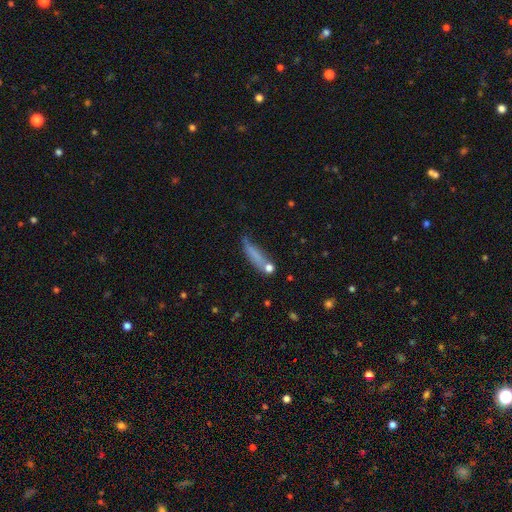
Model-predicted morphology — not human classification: Smooth or featured? smooth (72%)
How rounded? cigar-shaped (78%)
Merging? none (56%)